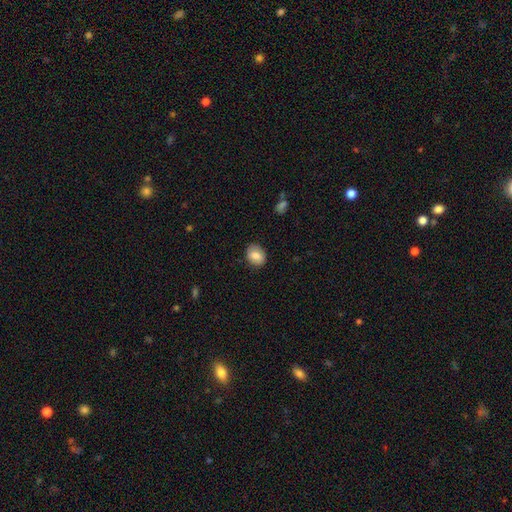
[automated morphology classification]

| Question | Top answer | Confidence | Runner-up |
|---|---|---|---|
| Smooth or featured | smooth | 82% | featured or disk (10%) |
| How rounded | in between | 55% | round (44%) |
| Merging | none | 85% | minor disturbance (11%) |